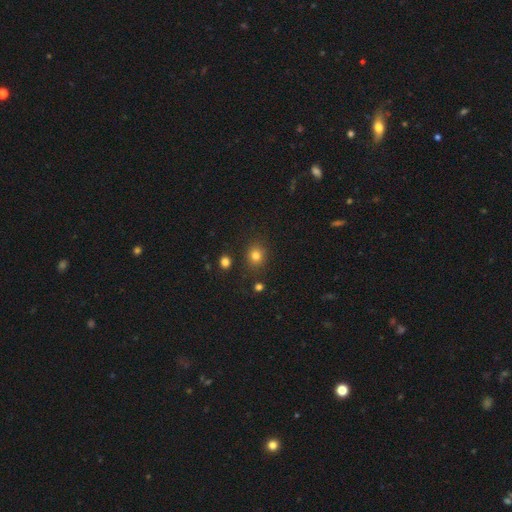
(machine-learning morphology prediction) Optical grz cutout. It shows a smooth galaxy with no disk features (80%) that is round (76%). Merging: none (84%).